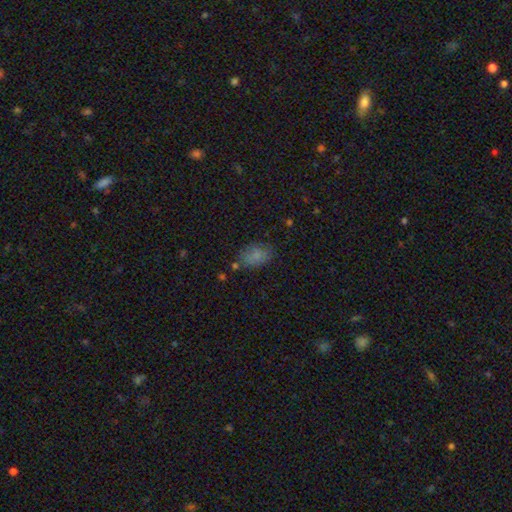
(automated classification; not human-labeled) This is clearly a smooth galaxy (81%). How rounded: clearly in between (87%). Merging: likely none (71%).